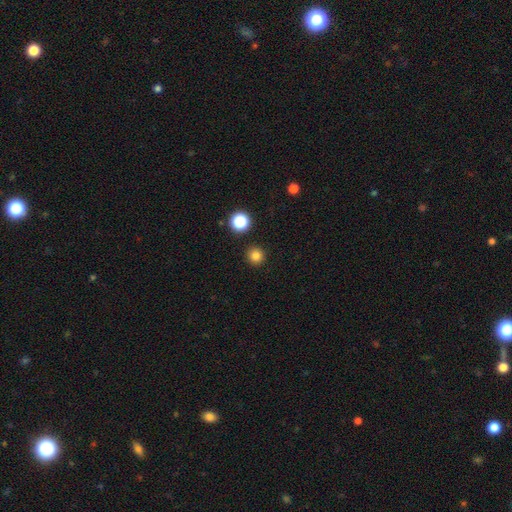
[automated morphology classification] This appears to be a smooth galaxy with no disk features (82%) that is round (95%). Merging: none (92%).